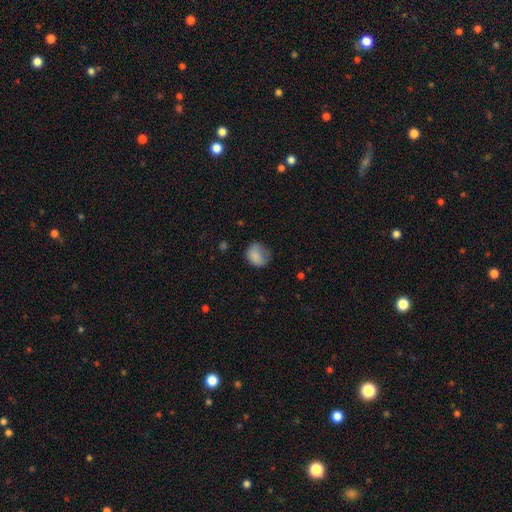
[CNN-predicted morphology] This is clearly a smooth galaxy (83%). How rounded: possibly round (56%). Merging: possibly none (51%).